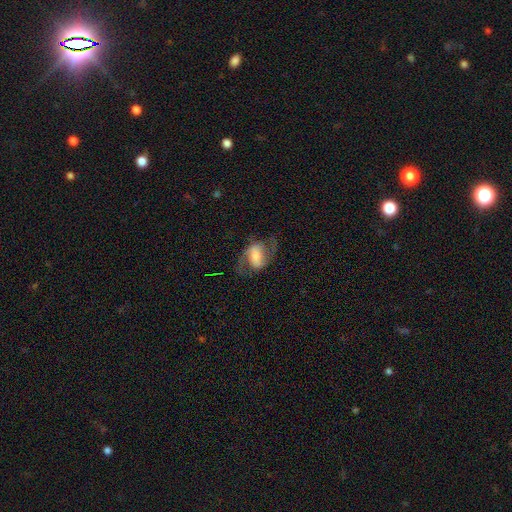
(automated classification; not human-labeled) Smooth or featured? Predicted: featured or disk (p=0.68). Edge-on disk? Predicted: no (p=0.96). Bar? Predicted: weak (p=0.39). Spiral arms? Predicted: yes (p=0.88). Spiral winding? Predicted: medium (p=0.48). Spiral arm count? Predicted: 2 (p=0.91). Bulge size? Predicted: large (p=0.31). Merging? Predicted: none (p=0.66).